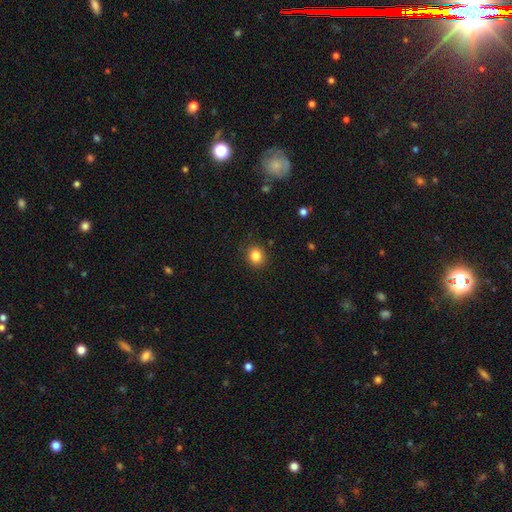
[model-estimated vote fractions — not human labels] A smooth galaxy with no disk features (83%) that is round (81%). Merging: none (89%).